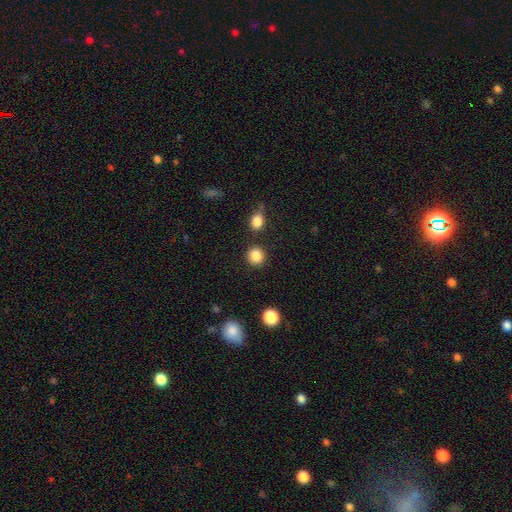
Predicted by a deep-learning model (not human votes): smooth-or-featured: smooth: 86% | star or artifact: 10% | featured or disk: 4%
  how-rounded: round: 90% | in between: 9% | cigar-shaped: 1%
  merging: none: 86% | minor disturbance: 7% | merger: 4% | major disturbance: 3%